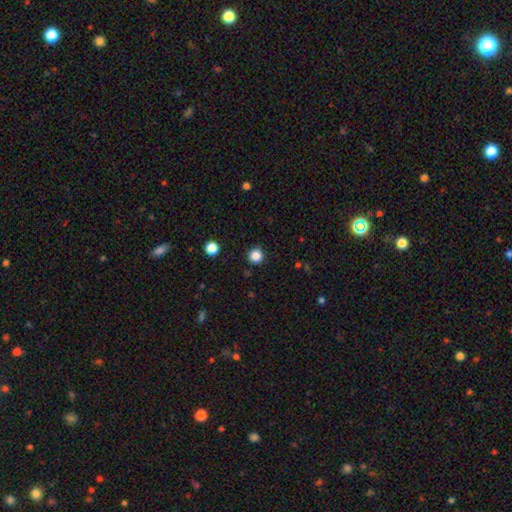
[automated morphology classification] smooth-or-featured: smooth: 85% | star or artifact: 12% | featured or disk: 3%
  how-rounded: round: 96% | in between: 3% | cigar-shaped: 1%
  merging: none: 92% | minor disturbance: 5% | major disturbance: 2% | merger: 1%